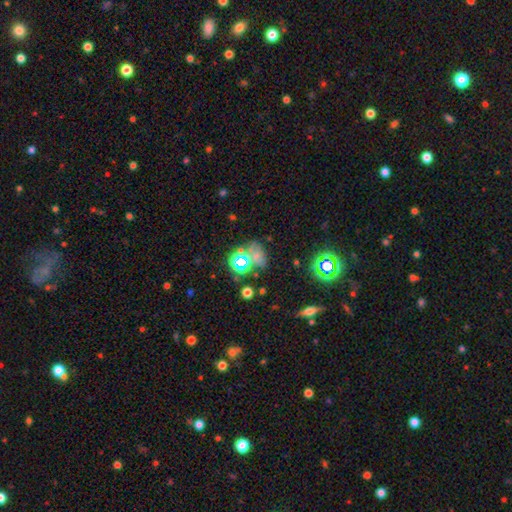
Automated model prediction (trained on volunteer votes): Smooth or featured? Predicted: smooth (p=0.45). Merging? Predicted: none (p=0.49).